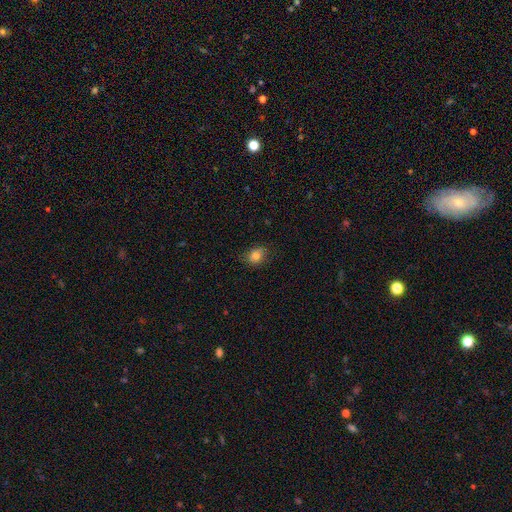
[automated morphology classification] Q: Smooth or featured?
A: smooth (81%); runner-up: star or artifact (11%)
Q: How rounded?
A: in between (53%); runner-up: round (45%)
Q: Merging?
A: none (73%); runner-up: minor disturbance (21%)